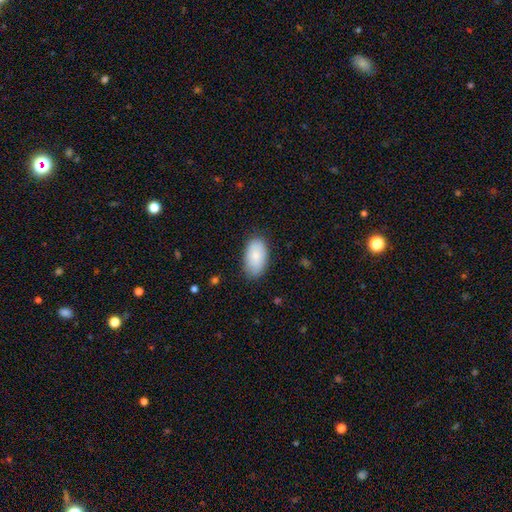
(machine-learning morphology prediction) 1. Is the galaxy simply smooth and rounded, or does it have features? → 84% smooth, 10% featured or disk, 6% star or artifact.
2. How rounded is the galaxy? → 95% in between, 4% round, 1% cigar-shaped.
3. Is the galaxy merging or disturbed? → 82% none, 14% minor disturbance, 3% major disturbance, 1% merger.